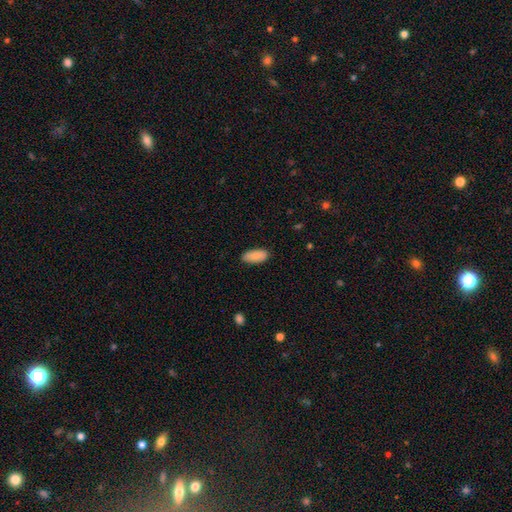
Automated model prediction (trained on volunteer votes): Overall: smooth (87%). How rounded: in between (89%). Merging: none (87%).